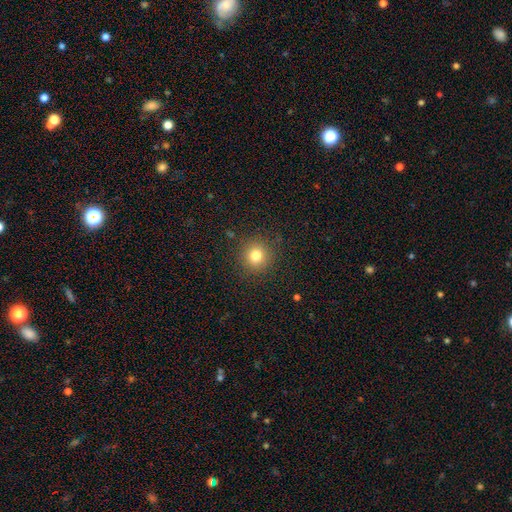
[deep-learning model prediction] This is likely a smooth galaxy (79%). How rounded: clearly round (93%). Merging: clearly none (89%).